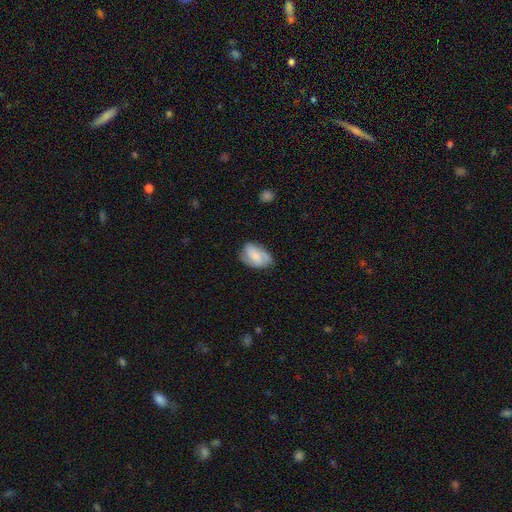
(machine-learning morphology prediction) smooth_or_featured: smooth (p=0.55) [alt: featured or disk p=0.37]
how_rounded: in between (p=0.88) [alt: round p=0.10]
merging: none (p=0.58) [alt: minor disturbance p=0.31]